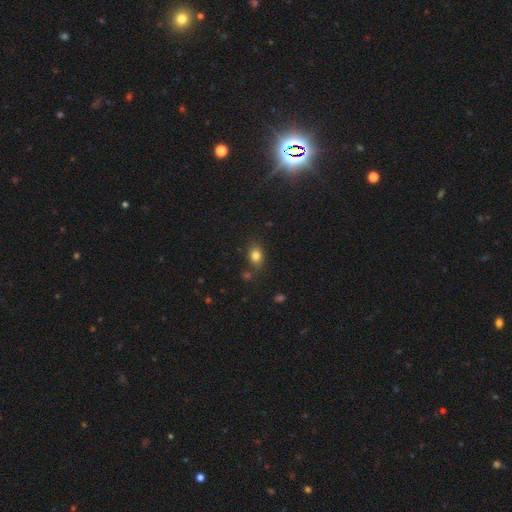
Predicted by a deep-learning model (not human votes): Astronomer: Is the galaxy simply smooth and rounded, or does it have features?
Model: smooth — 81%.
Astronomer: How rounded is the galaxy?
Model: in between — 64%.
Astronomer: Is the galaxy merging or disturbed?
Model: none — 76%.